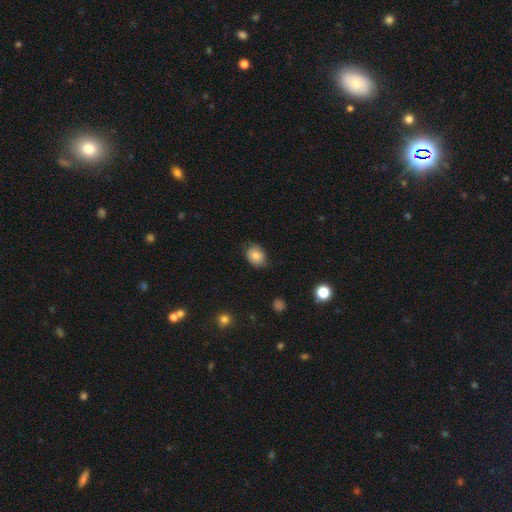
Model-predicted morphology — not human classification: smooth-or-featured: smooth: 82% | featured or disk: 9% | star or artifact: 9%
  how-rounded: in between: 58% | round: 41% | cigar-shaped: 1%
  merging: none: 75% | minor disturbance: 20% | major disturbance: 4% | merger: 1%